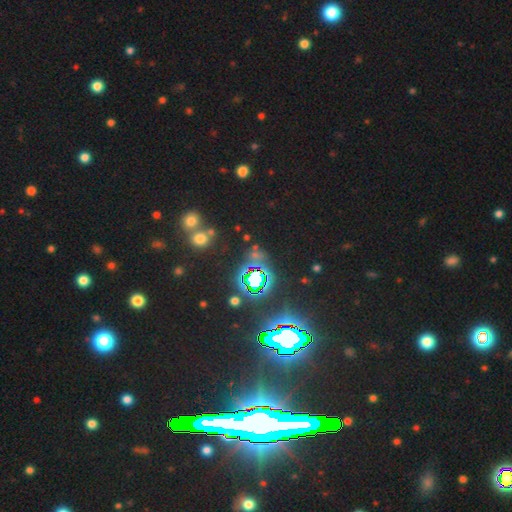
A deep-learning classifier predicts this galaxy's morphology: This is likely a star or artifact rather than a galaxy (72%).